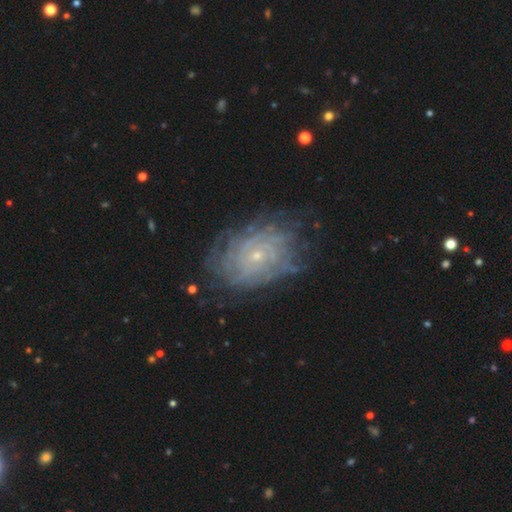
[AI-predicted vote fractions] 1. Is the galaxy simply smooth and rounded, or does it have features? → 81% featured or disk, 11% smooth, 8% star or artifact.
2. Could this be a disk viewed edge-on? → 96% no, 4% yes.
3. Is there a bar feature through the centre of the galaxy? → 79% no, 17% weak, 4% strong.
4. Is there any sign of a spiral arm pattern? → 90% yes, 10% no.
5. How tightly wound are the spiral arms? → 77% tight, 17% medium, 6% loose.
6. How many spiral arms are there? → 48% can't tell, 19% more than 4, 12% 4, 8% 2, 8% 3, 6% 1.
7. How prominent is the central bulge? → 81% small, 14% moderate, 2% none, 1% large, 1% dominant.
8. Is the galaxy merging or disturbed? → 72% none, 17% minor disturbance, 9% major disturbance, 2% merger.